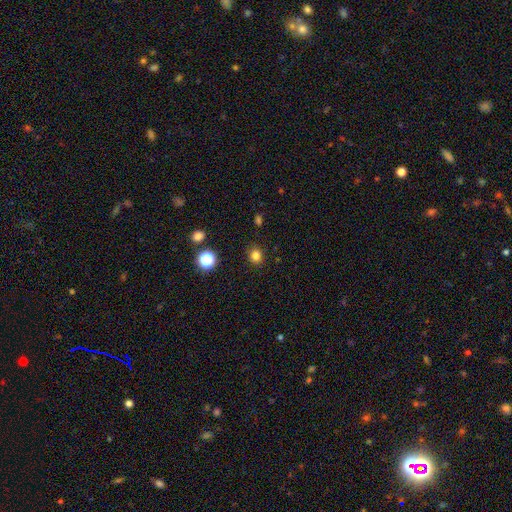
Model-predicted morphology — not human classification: Smooth or featured? smooth (81%)
How rounded? round (76%)
Merging? none (87%)